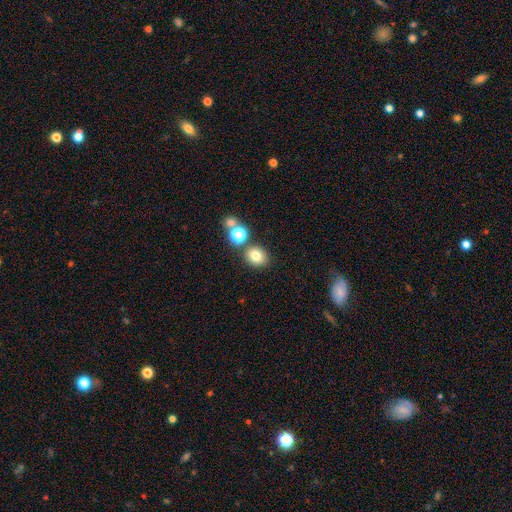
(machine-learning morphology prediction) smooth 77%, star or artifact 15%, featured or disk 8%. Down the decision tree: how rounded — round (68%); merging — none (76%).